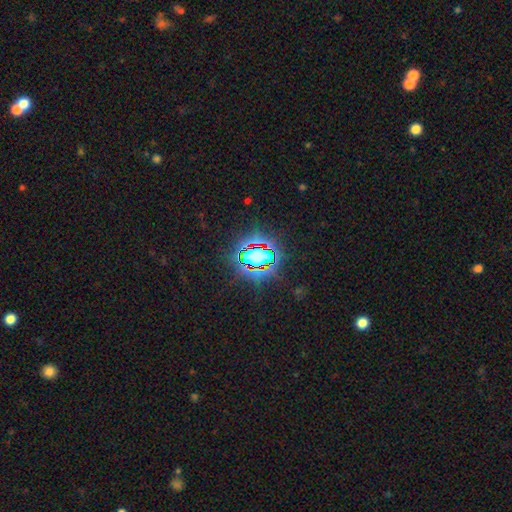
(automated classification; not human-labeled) smooth_or_featured: star or artifact (p=0.69) [alt: smooth p=0.19]